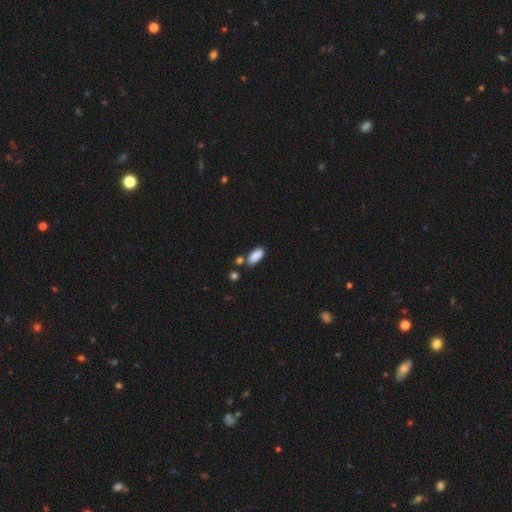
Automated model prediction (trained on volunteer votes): A smooth galaxy with no disk features (87%) that is in between round and cigar-shaped (86%).

Vote fractions:
- Smooth or featured? smooth: 87% / star or artifact: 7% / featured or disk: 5%
- How rounded? in between: 86% / cigar-shaped: 12% / round: 2%
- Merging? none: 65% / minor disturbance: 16% / merger: 15% / major disturbance: 4%